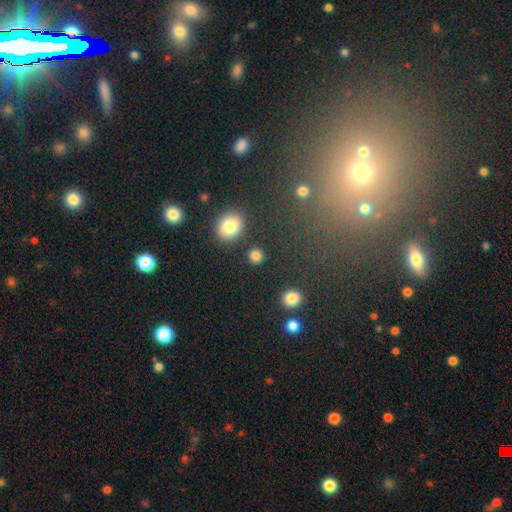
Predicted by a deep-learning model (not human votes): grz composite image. It shows a smooth galaxy with no disk features (83%) that is round (87%). Merging: none (86%).